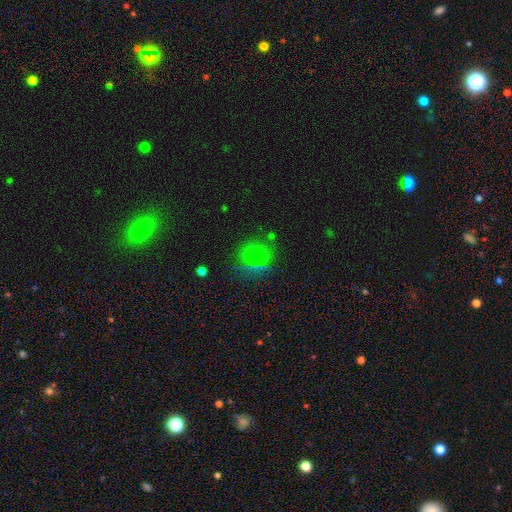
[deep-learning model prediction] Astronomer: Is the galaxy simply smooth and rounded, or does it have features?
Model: smooth — 69%.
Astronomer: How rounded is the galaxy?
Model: round — 84%.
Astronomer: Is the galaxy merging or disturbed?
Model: none — 77%.